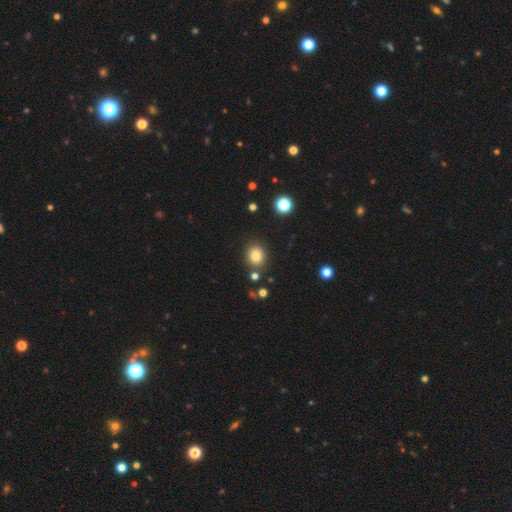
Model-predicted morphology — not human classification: The model was most divided on "how rounded": round: 66%, in between: 33%, cigar-shaped: 1%. More confident: smooth or featured — smooth (83%); merging — none (83%).